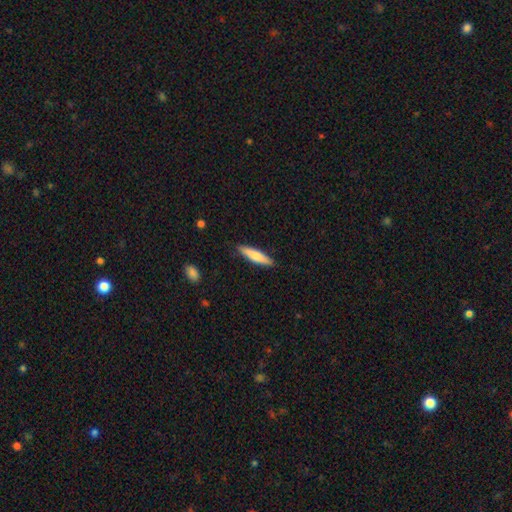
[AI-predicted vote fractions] Smooth or featured? smooth (70%)
How rounded? cigar-shaped (81%)
Merging? none (88%)